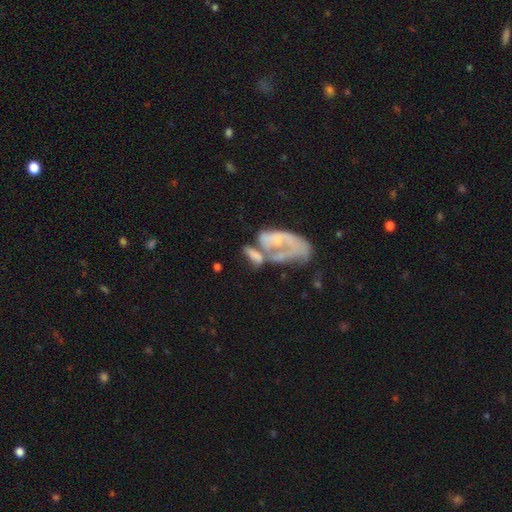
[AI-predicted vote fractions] Overall: smooth (48%; featured or disk 43%). Merging: merger (52%; major disturbance 21%).